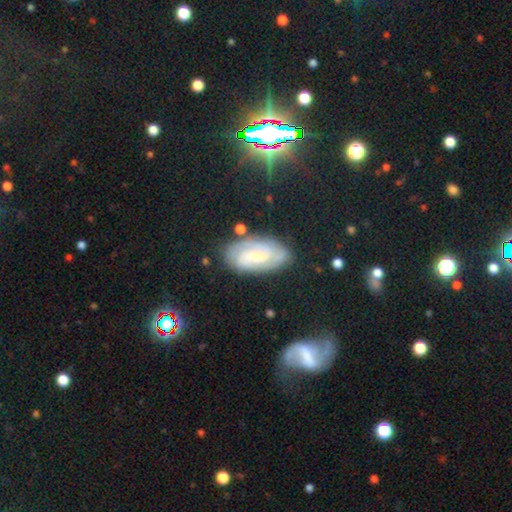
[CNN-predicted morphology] A featured or disk galaxy (74%) with a weak bar (47%), 2 (47%) tight (58%) spiral arms (94%) and a small central bulge (51%). Merging: none (75%).